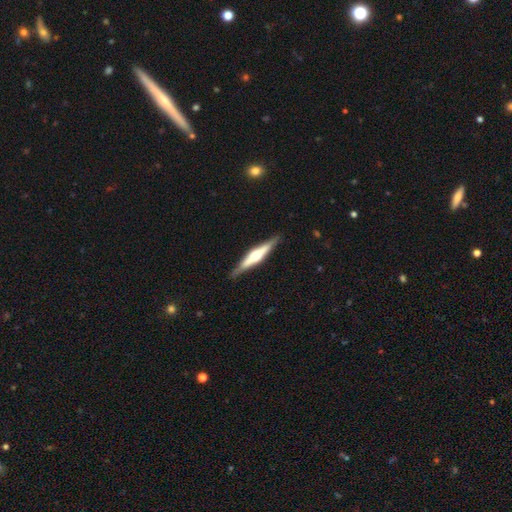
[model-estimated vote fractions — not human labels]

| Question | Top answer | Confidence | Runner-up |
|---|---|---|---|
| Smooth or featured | featured or disk | 70% | smooth (25%) |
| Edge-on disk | yes | 97% | no (3%) |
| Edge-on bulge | rounded | 83% | boxy (13%) |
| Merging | none | 87% | minor disturbance (10%) |